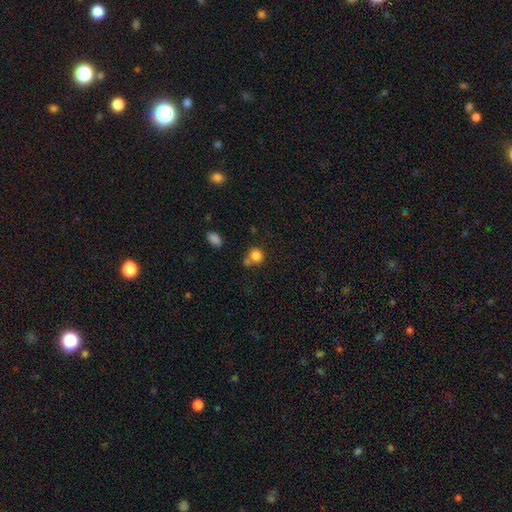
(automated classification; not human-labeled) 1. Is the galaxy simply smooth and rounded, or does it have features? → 83% smooth, 11% star or artifact, 7% featured or disk.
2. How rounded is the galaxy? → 86% round, 13% in between, 1% cigar-shaped.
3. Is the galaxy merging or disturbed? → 57% none, 27% merger, 12% minor disturbance, 4% major disturbance.